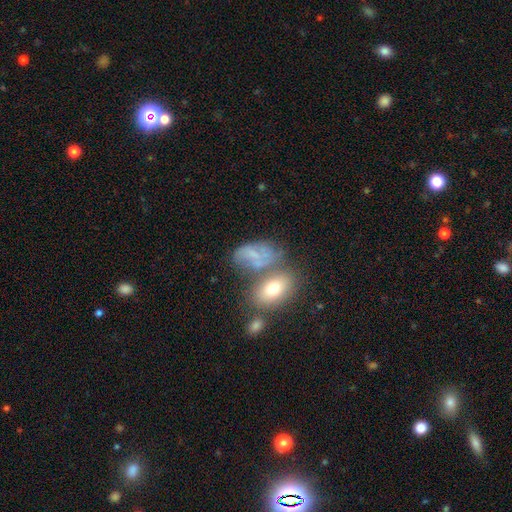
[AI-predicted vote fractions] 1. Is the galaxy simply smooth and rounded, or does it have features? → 44% smooth, 43% featured or disk, 14% star or artifact.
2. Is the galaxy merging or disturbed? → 38% none, 25% merger, 22% minor disturbance, 14% major disturbance.